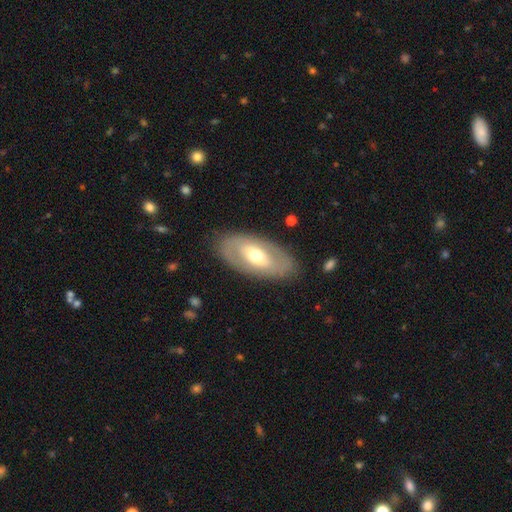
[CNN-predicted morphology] featured or disk 55%, smooth 39%, star or artifact 6%. Down the decision tree: edge-on disk — no (87%); merging — none (84%).